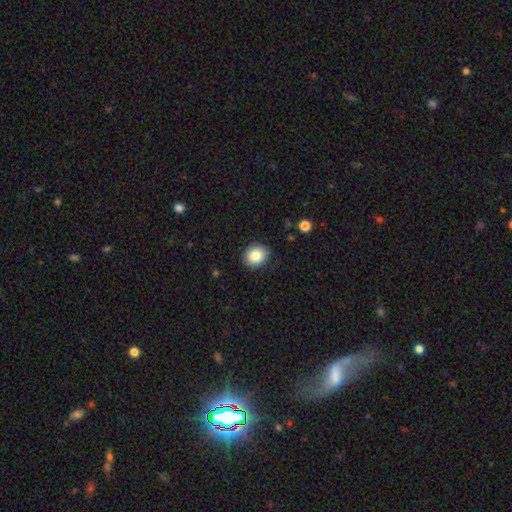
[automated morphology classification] This appears to be a smooth galaxy with no disk features (85%) that is round (71%). Merging: none (88%).